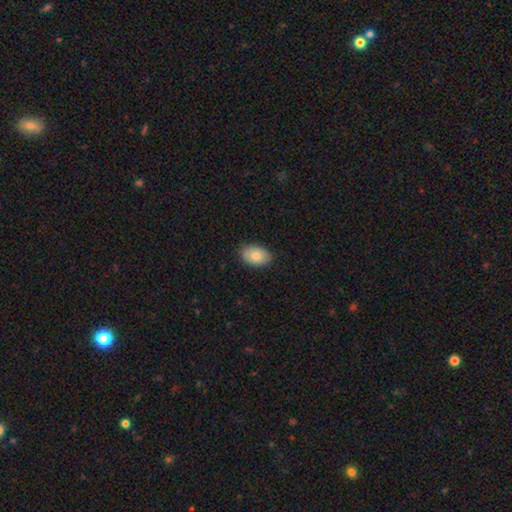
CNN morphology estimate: This appears to be a smooth galaxy with no disk features (80%) that is in between round and cigar-shaped (89%). Merging: none (84%).